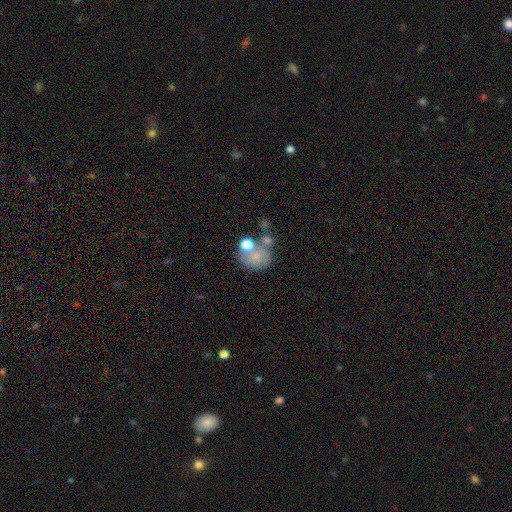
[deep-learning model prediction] Q: Smooth or featured?
A: smooth (67%); runner-up: featured or disk (22%)
Q: How rounded?
A: round (66%); runner-up: in between (33%)
Q: Merging?
A: none (39%); runner-up: merger (34%)